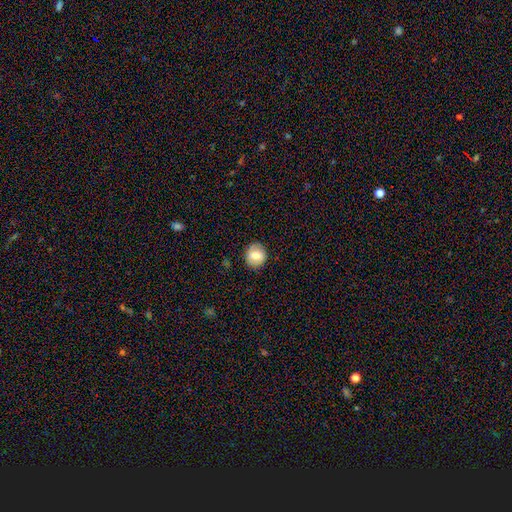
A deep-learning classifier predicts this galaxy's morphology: The model was most divided on "smooth or featured": smooth: 76%, featured or disk: 16%, star or artifact: 8%. More confident: merging — none (87%); how rounded — round (82%).